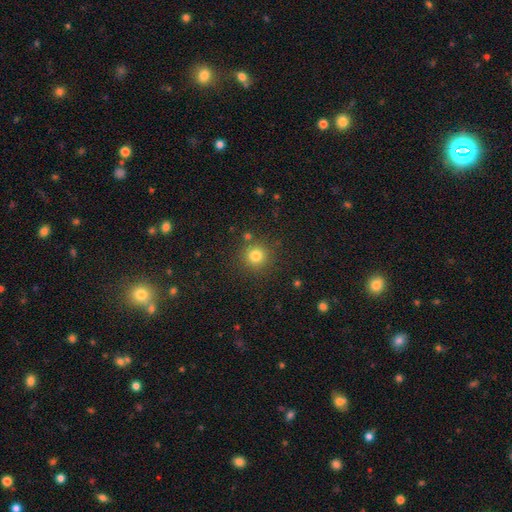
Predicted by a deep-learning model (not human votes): A smooth galaxy with no disk features (80%) that is round (94%). Merging: none (86%).